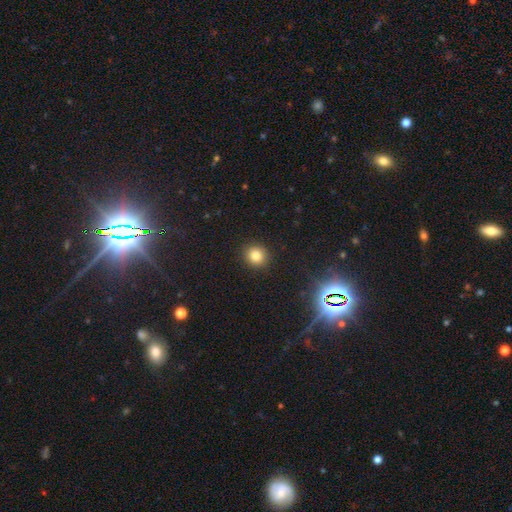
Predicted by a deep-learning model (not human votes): This appears to be a smooth galaxy with no disk features (81%) that is round (86%). Merging: none (91%).